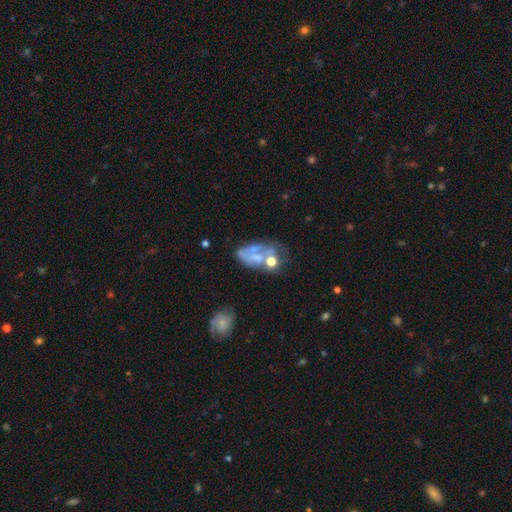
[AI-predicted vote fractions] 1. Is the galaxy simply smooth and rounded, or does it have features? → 52% featured or disk, 33% smooth, 15% star or artifact.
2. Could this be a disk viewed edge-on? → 96% no, 4% yes.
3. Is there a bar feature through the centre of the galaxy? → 86% no, 10% weak, 4% strong.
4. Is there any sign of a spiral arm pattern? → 82% no, 18% yes.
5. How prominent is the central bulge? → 40% none, 27% moderate, 27% small, 5% large, 2% dominant.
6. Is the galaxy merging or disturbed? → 32% none, 26% merger, 23% major disturbance, 18% minor disturbance.